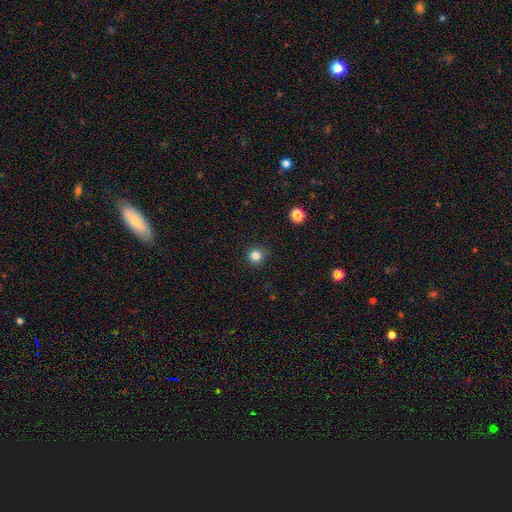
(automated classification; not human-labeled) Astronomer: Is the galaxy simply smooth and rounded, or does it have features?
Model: smooth — 83%.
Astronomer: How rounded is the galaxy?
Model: round — 95%.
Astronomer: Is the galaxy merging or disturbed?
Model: none — 91%.